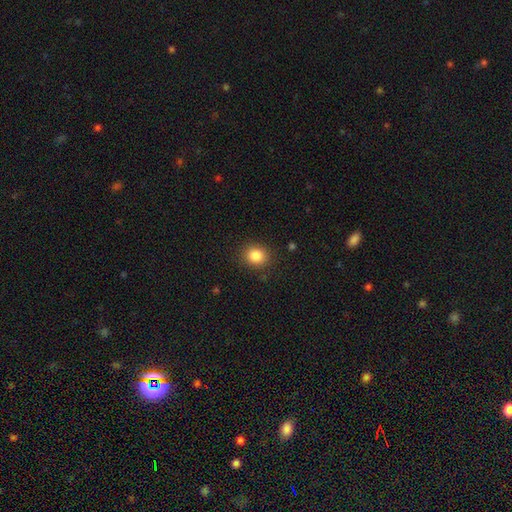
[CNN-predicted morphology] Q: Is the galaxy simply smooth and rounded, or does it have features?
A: smooth — 84%.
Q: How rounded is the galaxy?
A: round — 76%.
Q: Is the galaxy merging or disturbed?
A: none — 88%.